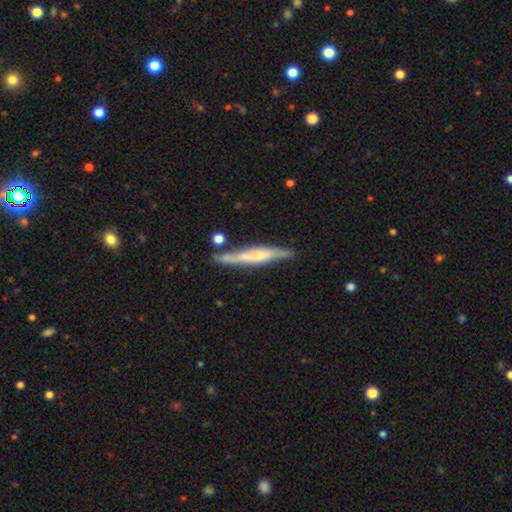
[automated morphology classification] The model was most divided on "edge-on bulge": none: 41%, rounded: 33%, boxy: 26%. More confident: edge-on disk — yes (93%); merging — none (75%); smooth or featured — featured or disk (56%).